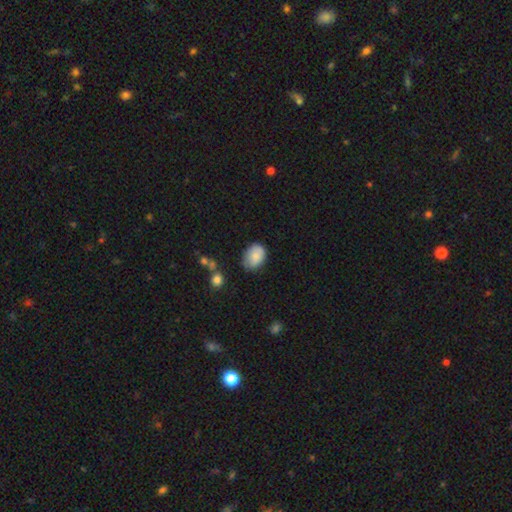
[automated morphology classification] smooth-or-featured: smooth: 82% | featured or disk: 11% | star or artifact: 7%
  how-rounded: in between: 76% | round: 23% | cigar-shaped: 1%
  merging: none: 64% | minor disturbance: 28% | major disturbance: 5% | merger: 3%